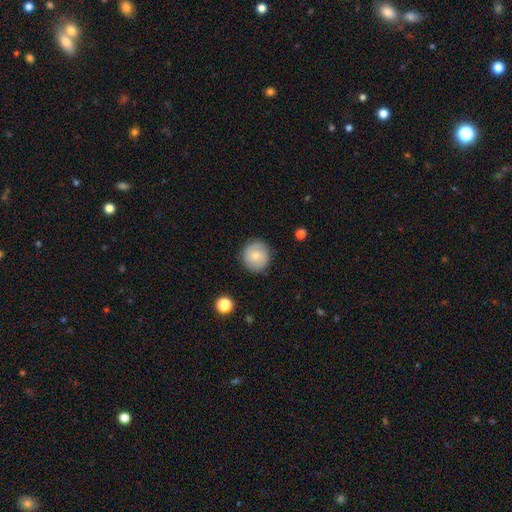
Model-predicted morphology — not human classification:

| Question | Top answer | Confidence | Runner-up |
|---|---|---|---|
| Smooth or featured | smooth | 71% | featured or disk (22%) |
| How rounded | round | 92% | in between (7%) |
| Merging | none | 87% | minor disturbance (10%) |